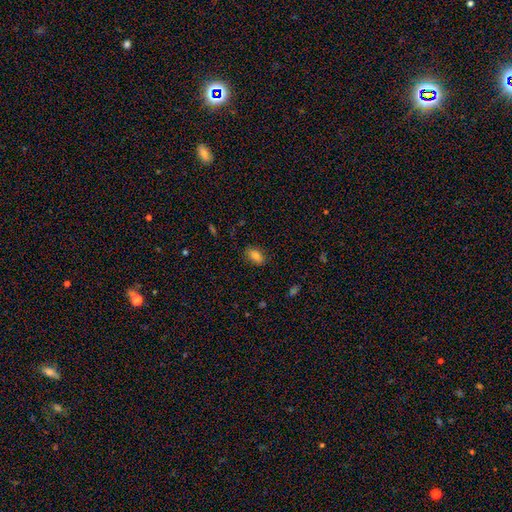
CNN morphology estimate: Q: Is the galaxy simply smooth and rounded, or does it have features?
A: smooth — 79%.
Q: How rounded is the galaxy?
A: in between — 86%.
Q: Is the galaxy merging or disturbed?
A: none — 84%.